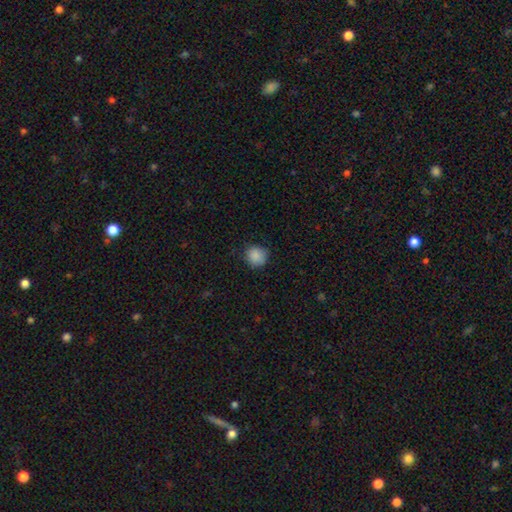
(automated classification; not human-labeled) smooth-or-featured: smooth: 88% | star or artifact: 9% | featured or disk: 3%
  how-rounded: round: 88% | in between: 12% | cigar-shaped: 1%
  merging: none: 81% | minor disturbance: 15% | major disturbance: 3% | merger: 1%